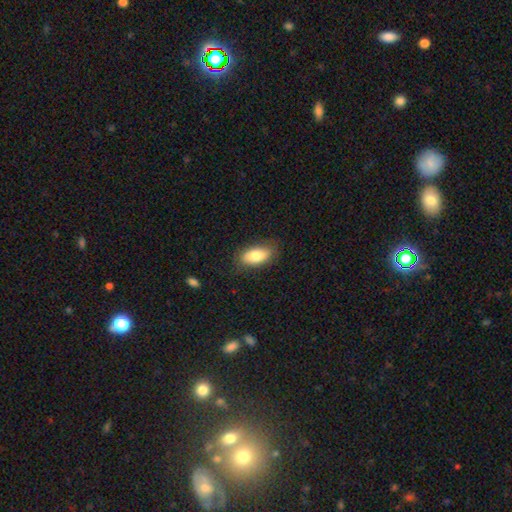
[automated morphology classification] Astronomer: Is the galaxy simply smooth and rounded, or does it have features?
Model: smooth — 78%.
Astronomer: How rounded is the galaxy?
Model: in between — 89%.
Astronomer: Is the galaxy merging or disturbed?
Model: none — 82%.